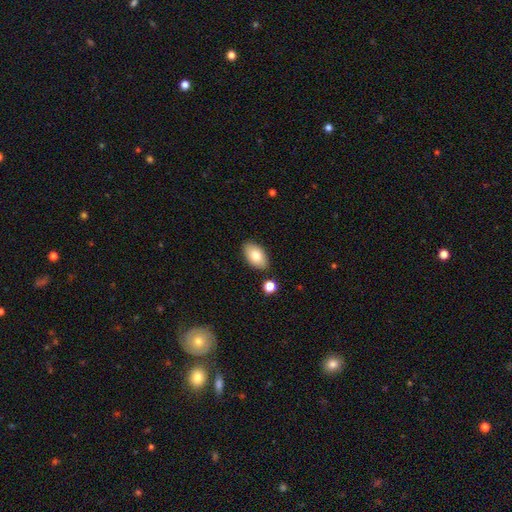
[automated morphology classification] Overall: smooth (79%). How rounded: in between (94%). Merging: none (85%).